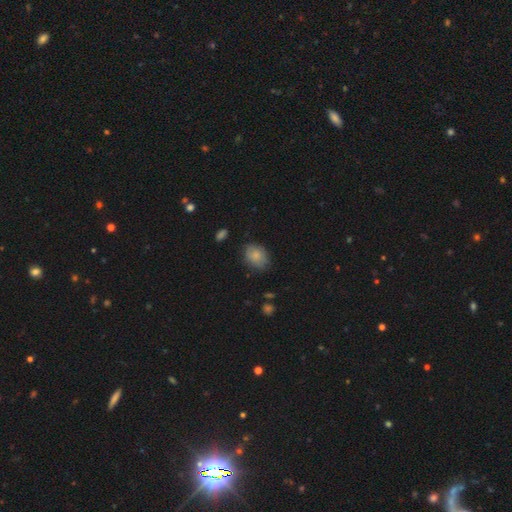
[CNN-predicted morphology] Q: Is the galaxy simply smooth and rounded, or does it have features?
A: smooth — 83%.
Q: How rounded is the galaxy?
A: in between — 66%.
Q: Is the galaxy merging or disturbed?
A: none — 73%.